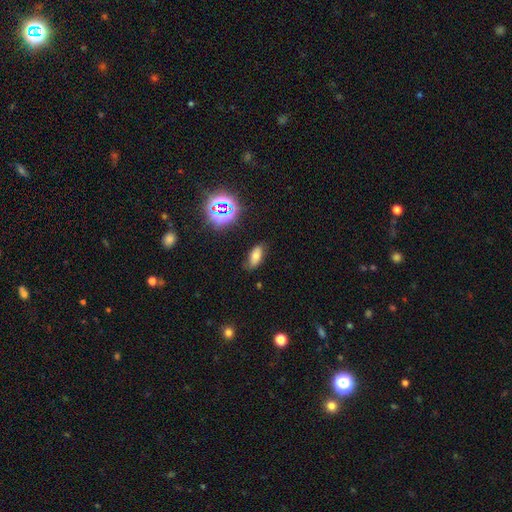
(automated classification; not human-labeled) Smooth or featured: smooth — 66% (star or artifact — 19%)
How rounded: in between — 87% (cigar-shaped — 9%)
Merging: none — 77% (minor disturbance — 18%)